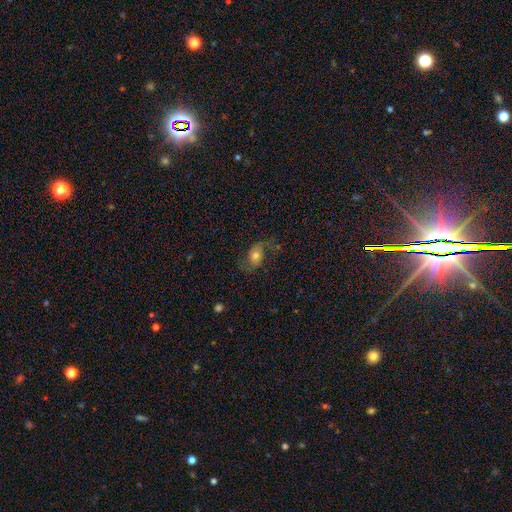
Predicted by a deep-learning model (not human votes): Smooth or featured? Predicted: featured or disk (p=0.47). Merging? Predicted: none (p=0.62).